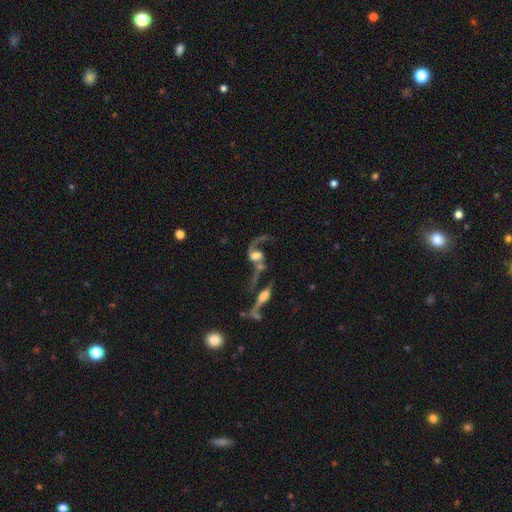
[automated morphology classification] type=featured or disk (77%); edge-on=no (92%); bar=no (57%); spiral arms=yes (87%); winding=loose (76%); arm count=2 (59%); bulge=moderate (40%); merging=merger (50%).